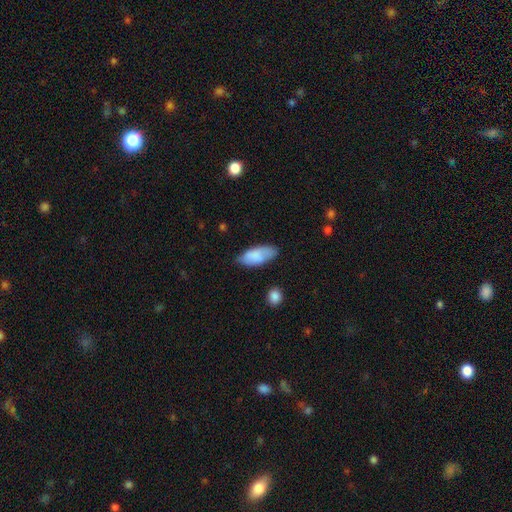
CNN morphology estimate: type=smooth (83%); roundness=in between (88%); merging=none (70%).